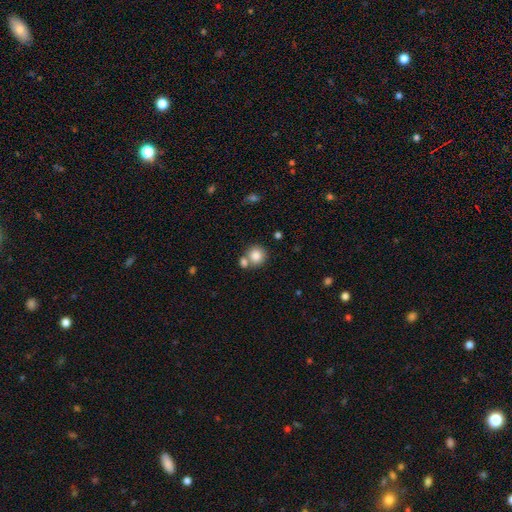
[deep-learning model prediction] Q: Smooth or featured?
A: smooth (84%); runner-up: star or artifact (9%)
Q: How rounded?
A: round (89%); runner-up: in between (10%)
Q: Merging?
A: none (58%); runner-up: merger (30%)